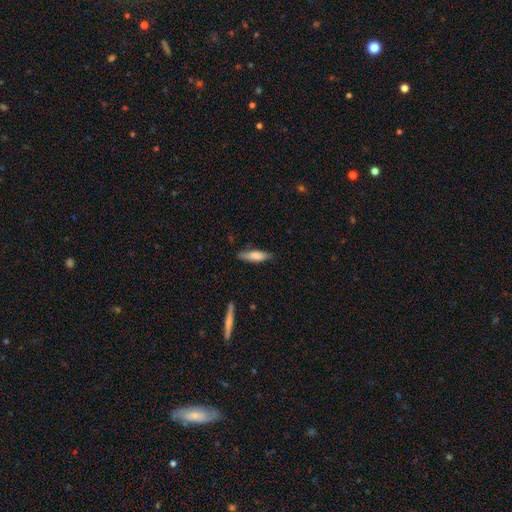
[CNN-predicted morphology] Overall: smooth (74%). How rounded: cigar-shaped (63%; in between 36%). Merging: none (79%).